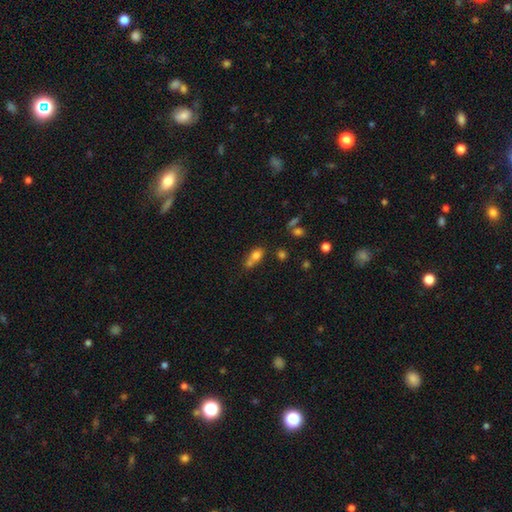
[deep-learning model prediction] Smooth or featured?
  - smooth: 74% *
  - featured or disk: 14%
  - star or artifact: 12%
How rounded?
  - in between: 67% *
  - round: 27%
  - cigar-shaped: 6%
Merging?
  - merger: 52% *
  - none: 30%
  - minor disturbance: 12%
  - major disturbance: 5%